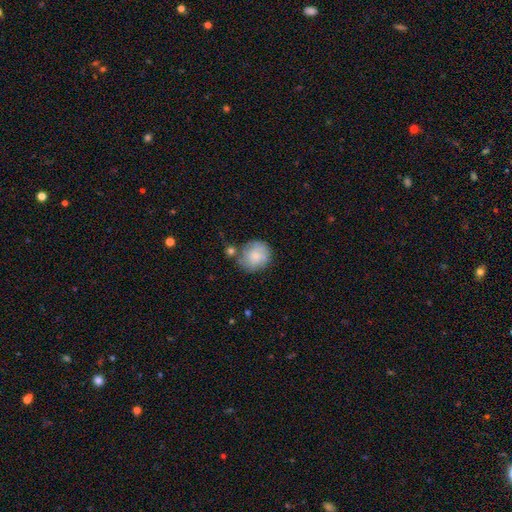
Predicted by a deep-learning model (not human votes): A smooth galaxy with no disk features (75%) that is round (81%). Merging: none (60%).